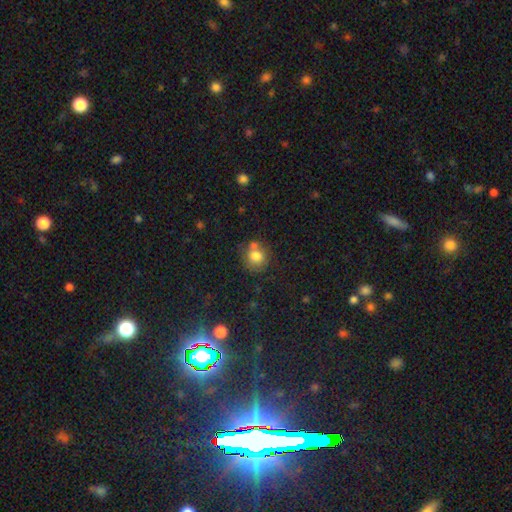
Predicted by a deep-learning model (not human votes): Smooth or featured? Predicted: smooth (p=0.77). How rounded? Predicted: round (p=0.81). Merging? Predicted: none (p=0.53).